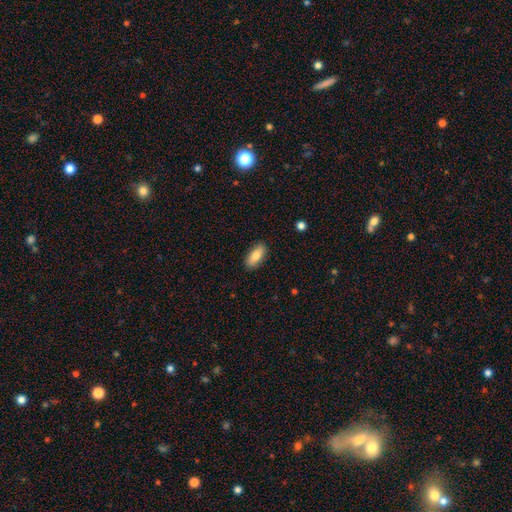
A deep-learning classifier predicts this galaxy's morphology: The model was most divided on "smooth or featured": smooth: 81%, featured or disk: 12%, star or artifact: 7%. More confident: merging — none (88%); how rounded — in between (86%).